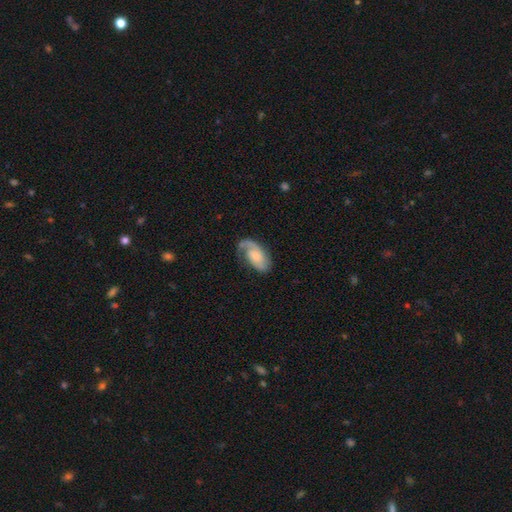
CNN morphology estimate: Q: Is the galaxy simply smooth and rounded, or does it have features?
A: featured or disk — 69%.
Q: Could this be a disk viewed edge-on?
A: no — 96%.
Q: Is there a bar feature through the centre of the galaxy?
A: no — 67%.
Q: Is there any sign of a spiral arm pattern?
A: yes — 92%.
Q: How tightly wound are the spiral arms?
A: medium — 39%.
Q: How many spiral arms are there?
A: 1 — 52%.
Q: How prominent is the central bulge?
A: small — 46%.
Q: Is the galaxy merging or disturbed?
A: none — 54%.